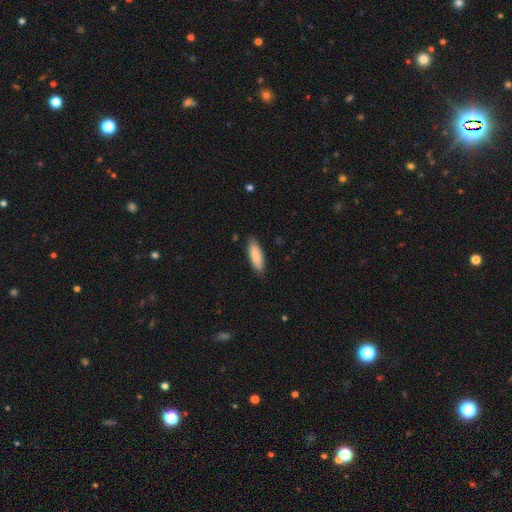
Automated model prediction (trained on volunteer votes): The model was most divided on "how rounded": in between: 52%, cigar-shaped: 46%, round: 1%. More confident: merging — none (86%); smooth or featured — smooth (86%).